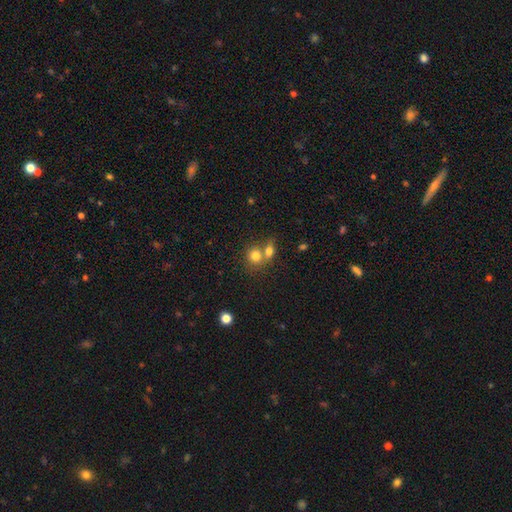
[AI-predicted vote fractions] Morphology: type=smooth (78%); roundness=round (74%); merging=merger (55%).